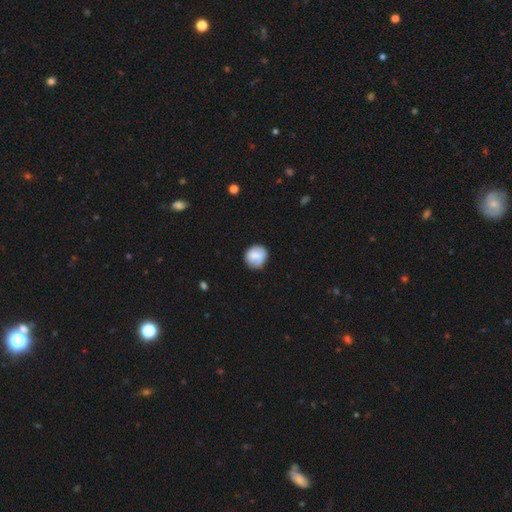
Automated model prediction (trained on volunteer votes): Smooth or featured?
  - smooth: 77% *
  - featured or disk: 16%
  - star or artifact: 7%
How rounded?
  - round: 86% *
  - in between: 13%
  - cigar-shaped: 1%
Merging?
  - none: 77% *
  - minor disturbance: 17%
  - major disturbance: 4%
  - merger: 2%